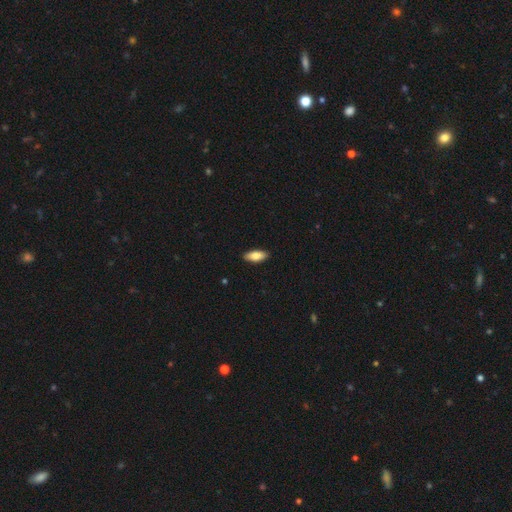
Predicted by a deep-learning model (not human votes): smooth-or-featured: smooth: 79% | featured or disk: 15% | star or artifact: 6%
  how-rounded: in between: 80% | cigar-shaped: 17% | round: 2%
  merging: none: 90% | minor disturbance: 8% | major disturbance: 2% | merger: 1%